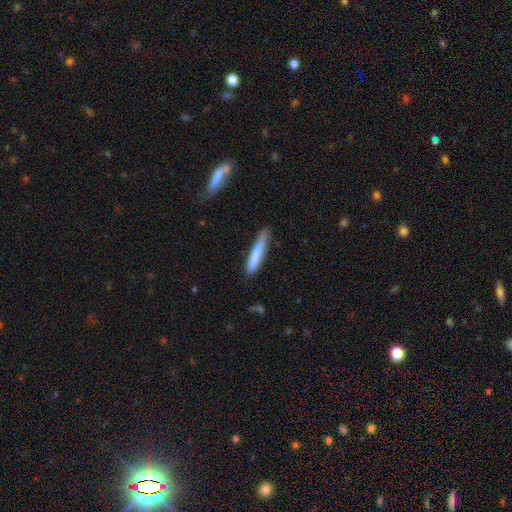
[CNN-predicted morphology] Smooth or featured?
  - smooth: 78% *
  - featured or disk: 16%
  - star or artifact: 6%
How rounded?
  - cigar-shaped: 93% *
  - in between: 6%
  - round: 1%
Merging?
  - none: 73% *
  - minor disturbance: 21%
  - major disturbance: 4%
  - merger: 2%